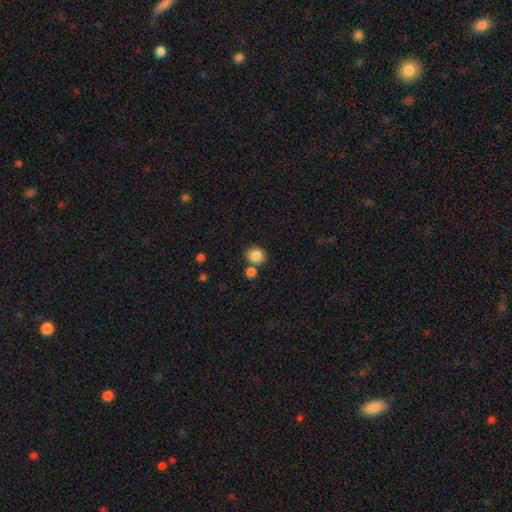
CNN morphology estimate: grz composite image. It shows a smooth galaxy with no disk features (86%) that is round (85%). Merging: none (67%).